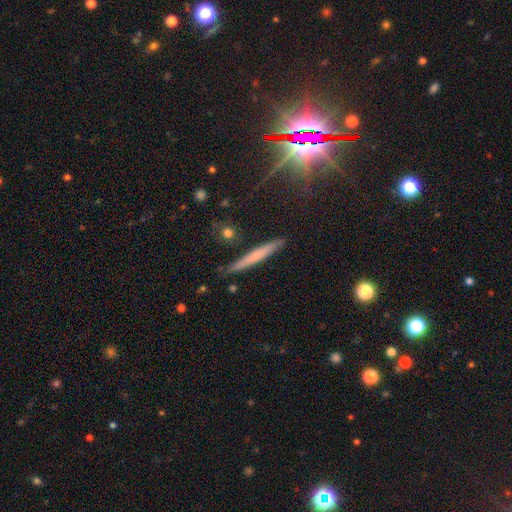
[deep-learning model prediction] A smooth galaxy with no disk features (55%) that is cigar-shaped (95%). Merging: none (86%).